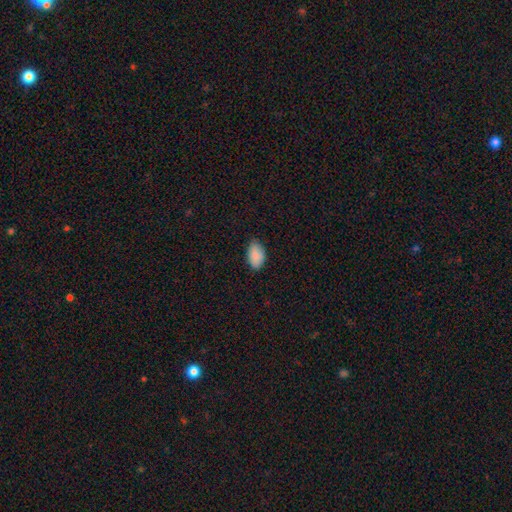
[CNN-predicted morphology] A smooth galaxy with no disk features (89%) that is in between round and cigar-shaped (93%).

Vote fractions:
- Smooth or featured? smooth: 89% / star or artifact: 7% / featured or disk: 5%
- How rounded? in between: 93% / round: 5% / cigar-shaped: 2%
- Merging? none: 80% / minor disturbance: 16% / major disturbance: 3% / merger: 1%